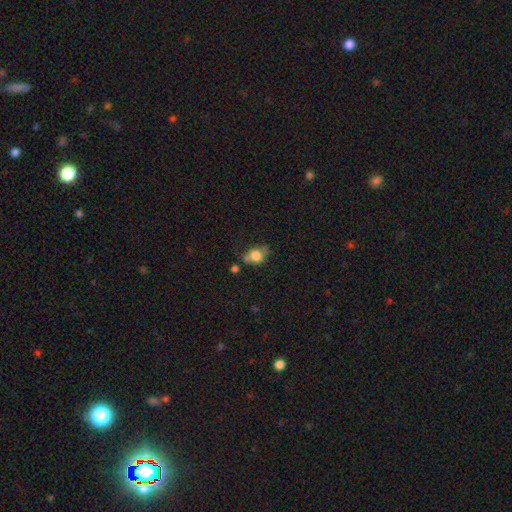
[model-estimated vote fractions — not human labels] smooth 76%, featured or disk 14%, star or artifact 10%. Down the decision tree: how rounded — round (53%); merging — none (43%).